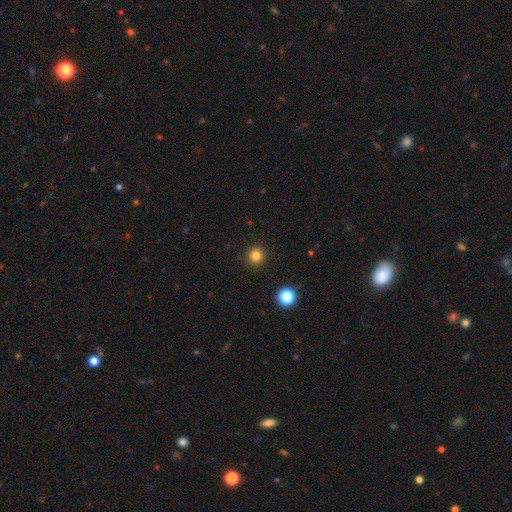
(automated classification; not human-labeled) Smooth or featured: smooth — 82% (star or artifact — 13%)
How rounded: round — 95% (in between — 4%)
Merging: none — 92% (minor disturbance — 5%)